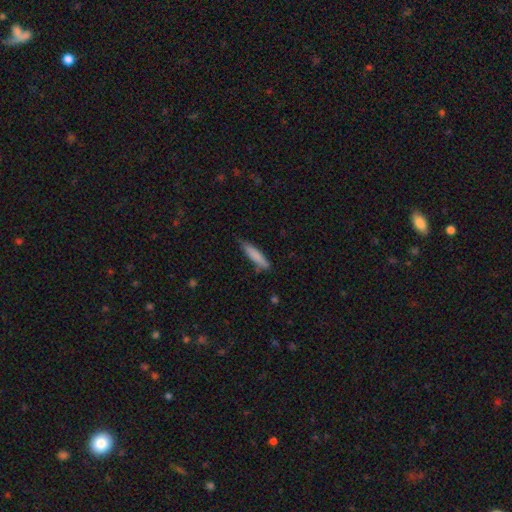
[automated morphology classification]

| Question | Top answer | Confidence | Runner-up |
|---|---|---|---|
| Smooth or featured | smooth | 81% | featured or disk (13%) |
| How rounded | cigar-shaped | 82% | in between (17%) |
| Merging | none | 72% | minor disturbance (23%) |